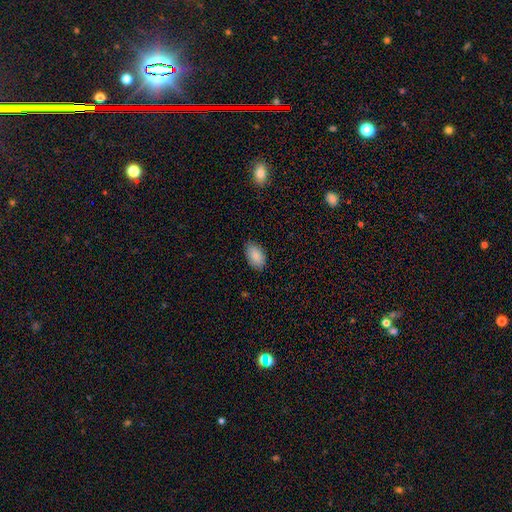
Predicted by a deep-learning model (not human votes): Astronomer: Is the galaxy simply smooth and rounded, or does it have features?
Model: smooth — 88%.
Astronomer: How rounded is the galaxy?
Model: in between — 94%.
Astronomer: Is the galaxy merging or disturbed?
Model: none — 85%.